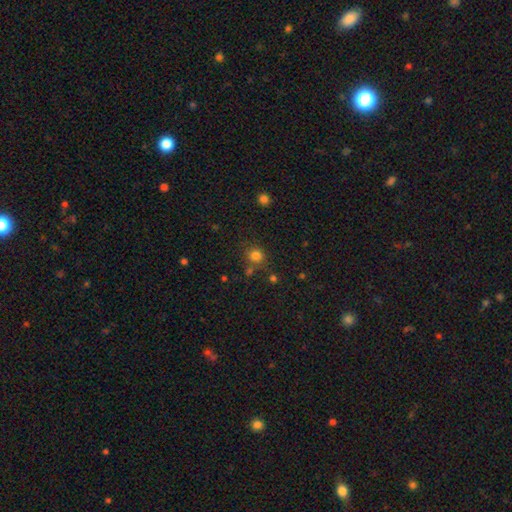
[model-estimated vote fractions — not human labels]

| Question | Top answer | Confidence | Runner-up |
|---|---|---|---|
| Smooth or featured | smooth | 80% | star or artifact (15%) |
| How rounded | round | 89% | in between (10%) |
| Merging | none | 75% | minor disturbance (11%) |